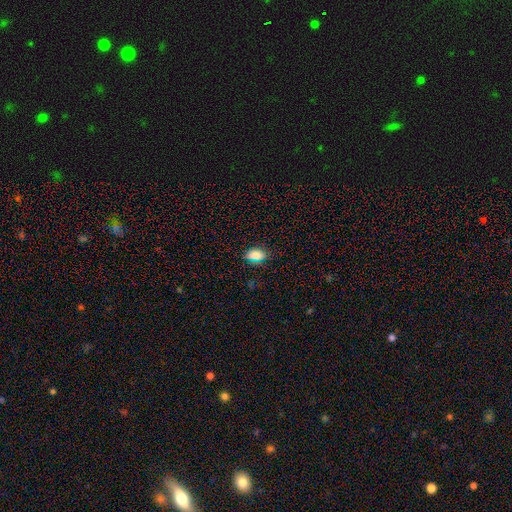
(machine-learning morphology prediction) smooth 78%, star or artifact 15%, featured or disk 7%. Down the decision tree: how rounded — in between (83%); merging — none (81%).